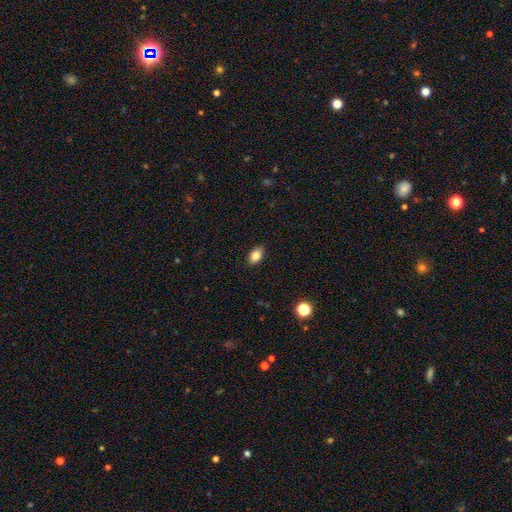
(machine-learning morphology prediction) Overall: smooth (84%). How rounded: in between (89%). Merging: none (88%).